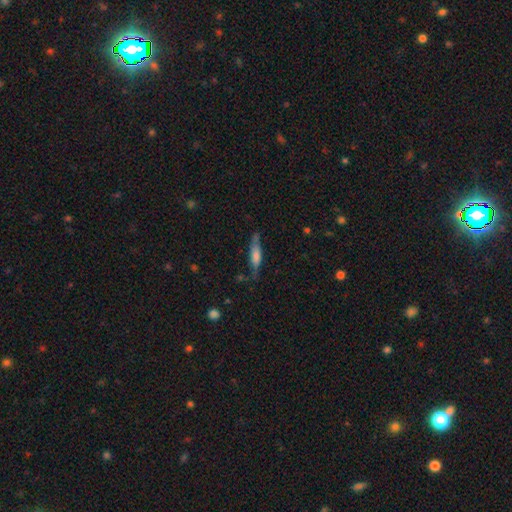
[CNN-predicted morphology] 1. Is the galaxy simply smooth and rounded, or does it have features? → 59% smooth, 34% featured or disk, 7% star or artifact.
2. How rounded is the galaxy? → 71% cigar-shaped, 27% in between, 2% round.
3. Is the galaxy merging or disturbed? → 62% none, 27% minor disturbance, 9% major disturbance, 3% merger.